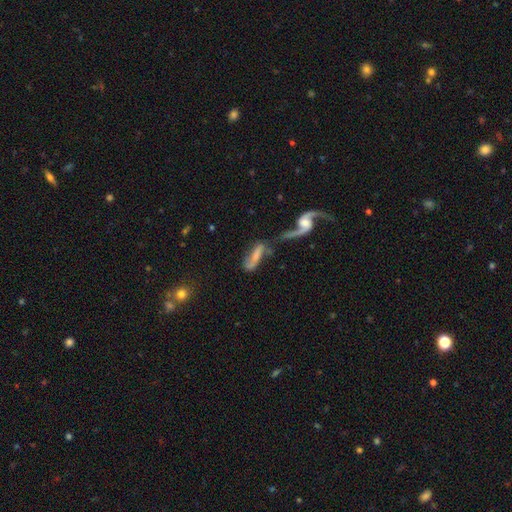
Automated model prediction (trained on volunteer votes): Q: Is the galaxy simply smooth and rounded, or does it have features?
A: featured or disk — 56%.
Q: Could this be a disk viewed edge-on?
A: no — 82%.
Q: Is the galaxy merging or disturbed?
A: merger — 44%.